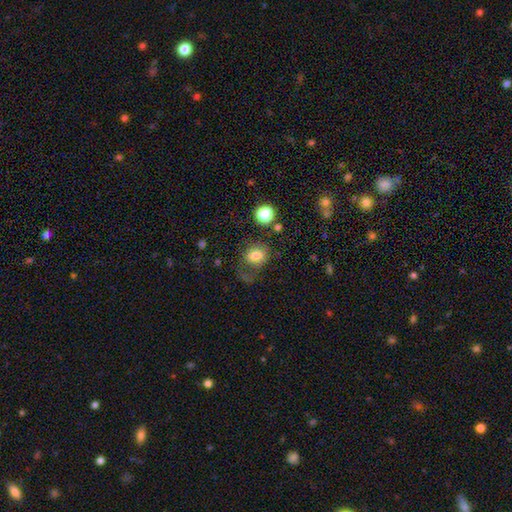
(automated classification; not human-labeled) Q: Smooth or featured?
A: smooth (78%); runner-up: star or artifact (12%)
Q: How rounded?
A: round (62%); runner-up: in between (38%)
Q: Merging?
A: none (55%); runner-up: major disturbance (20%)